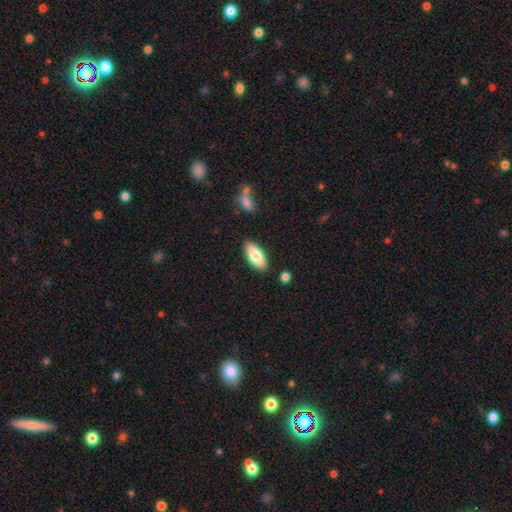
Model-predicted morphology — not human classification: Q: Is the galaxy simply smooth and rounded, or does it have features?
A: smooth — 80%.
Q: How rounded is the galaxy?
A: in between — 87%.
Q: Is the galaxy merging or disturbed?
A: none — 87%.